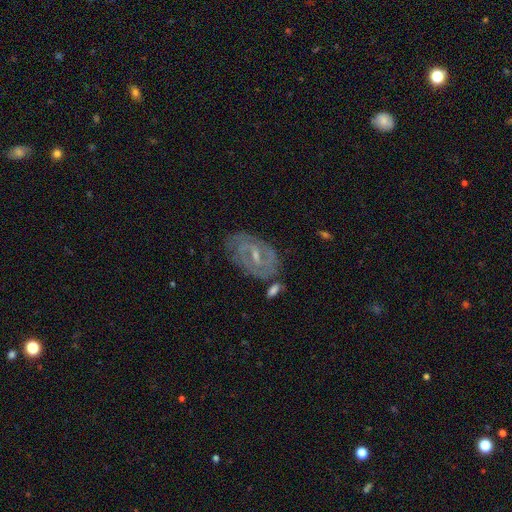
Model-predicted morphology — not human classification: A featured or disk galaxy (78%) with a weak bar (54%), 2 (58%) tight (55%) spiral arms (86%) and a small central bulge (61%).

Vote fractions:
- Smooth or featured? featured or disk: 78% / smooth: 14% / star or artifact: 8%
- Edge-on disk? no: 95% / yes: 5%
- Bar? weak: 54% / no: 25% / strong: 21%
- Spiral arms? yes: 86% / no: 14%
- Spiral winding? tight: 55% / medium: 35% / loose: 10%
- Spiral arm count? 2: 58% / can't tell: 26% / 3: 7% / 1: 4% / 4: 3% / more than 4: 2%
- Bulge size? small: 61% / moderate: 32% / none: 5% / large: 1% / dominant: 1%
- Merging? none: 70% / minor disturbance: 17% / major disturbance: 6% / merger: 6%